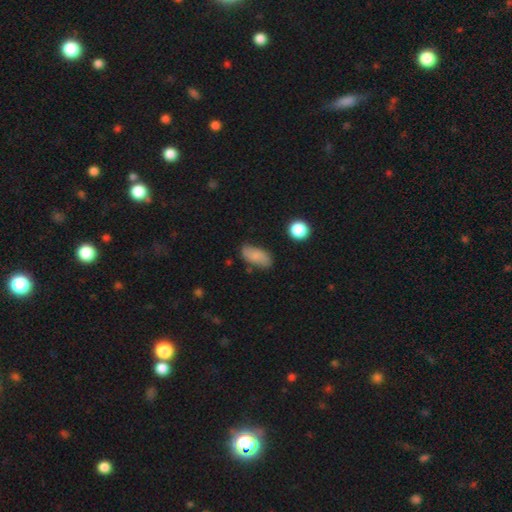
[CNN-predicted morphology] Smooth or featured? Predicted: smooth (p=0.74). How rounded? Predicted: in between (p=0.90). Merging? Predicted: none (p=0.71).